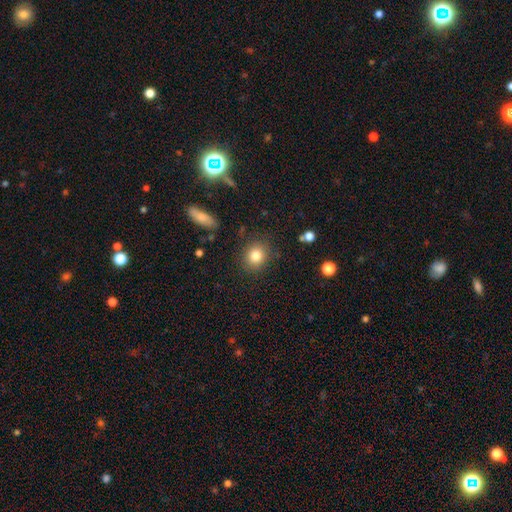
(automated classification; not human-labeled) Smooth or featured?
  - smooth: 83% *
  - star or artifact: 10%
  - featured or disk: 7%
How rounded?
  - round: 72% *
  - in between: 27%
  - cigar-shaped: 1%
Merging?
  - none: 86% *
  - minor disturbance: 9%
  - major disturbance: 3%
  - merger: 2%